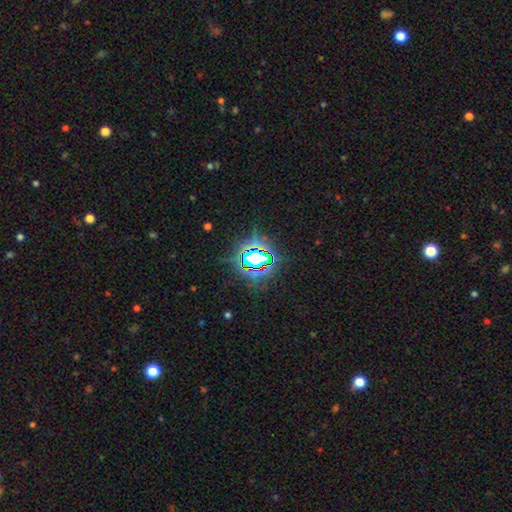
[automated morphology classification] star or artifact 75%, smooth 14%, featured or disk 10%.